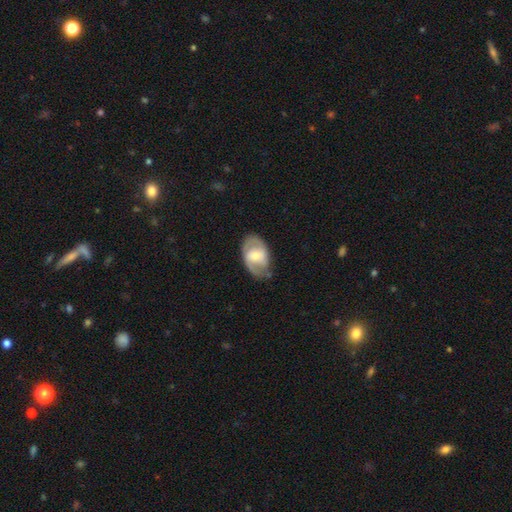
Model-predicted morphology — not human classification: featured or disk 67%, smooth 27%, star or artifact 5%. Down the decision tree: edge-on disk — no (96%); bar — weak (46%); spiral arms — yes (78%); bulge size — moderate (53%); merging — none (73%).